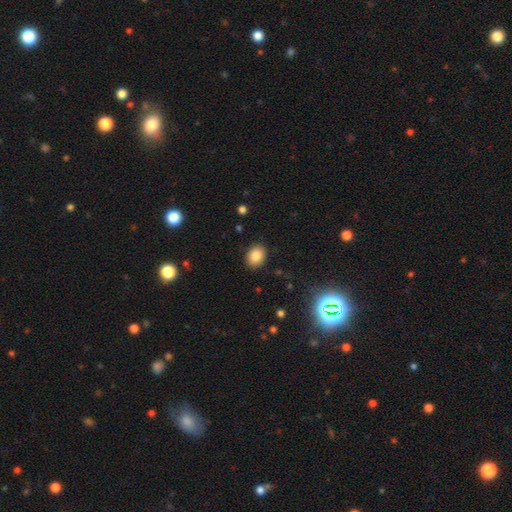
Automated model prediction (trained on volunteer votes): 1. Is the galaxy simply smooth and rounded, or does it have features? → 83% smooth, 10% star or artifact, 7% featured or disk.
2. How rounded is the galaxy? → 57% in between, 42% round, 1% cigar-shaped.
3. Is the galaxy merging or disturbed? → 89% none, 8% minor disturbance, 2% major disturbance, 1% merger.